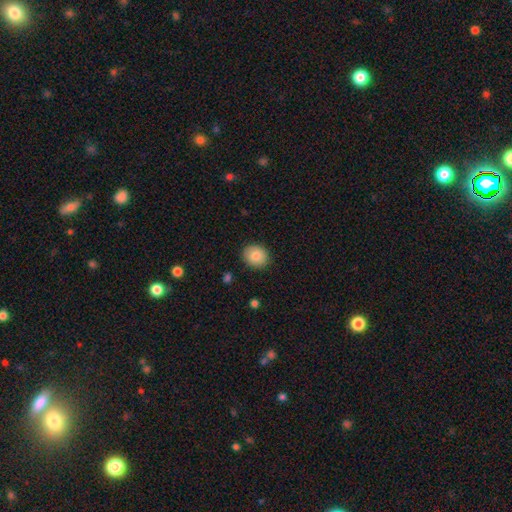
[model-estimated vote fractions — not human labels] This appears to be a smooth galaxy with no disk features (83%) that is round (67%). Merging: none (89%).